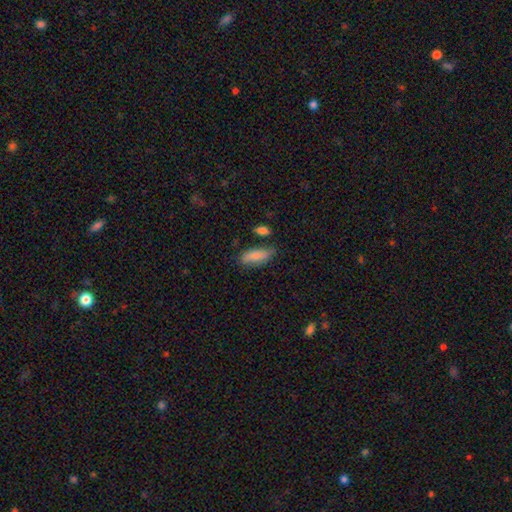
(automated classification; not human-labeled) Smooth or featured: smooth — 81% (featured or disk — 13%)
How rounded: in between — 76% (cigar-shaped — 22%)
Merging: none — 65% (minor disturbance — 23%)